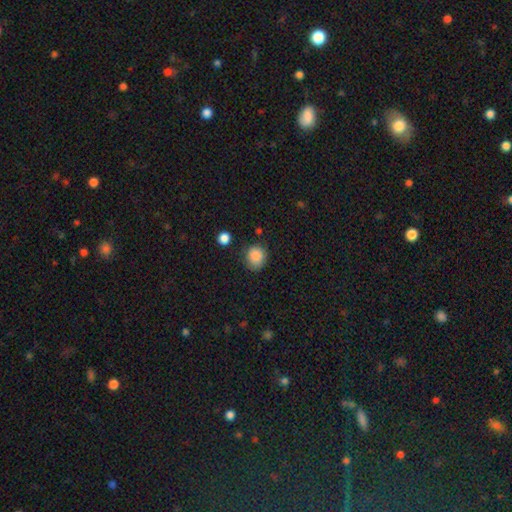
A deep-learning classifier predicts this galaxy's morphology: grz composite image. It shows a smooth galaxy with no disk features (86%) that is round (74%). Merging: none (74%).